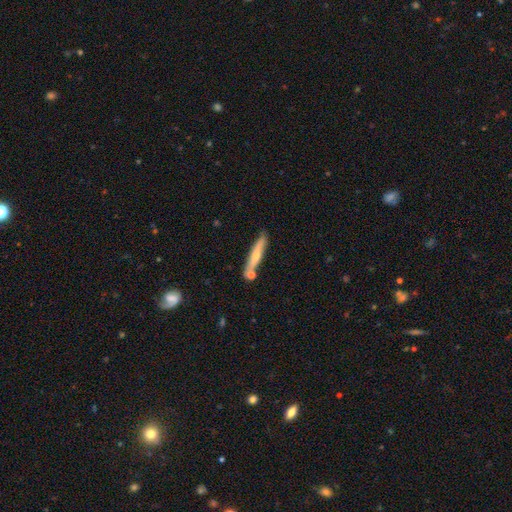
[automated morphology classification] Smooth or featured? Predicted: smooth (p=0.53). How rounded? Predicted: cigar-shaped (p=0.90). Merging? Predicted: none (p=0.72).